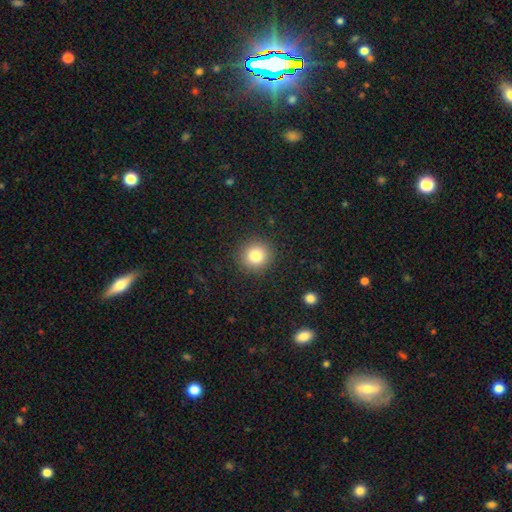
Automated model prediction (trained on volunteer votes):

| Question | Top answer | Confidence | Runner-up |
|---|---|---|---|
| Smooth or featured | smooth | 82% | star or artifact (11%) |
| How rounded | round | 91% | in between (8%) |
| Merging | none | 90% | minor disturbance (6%) |